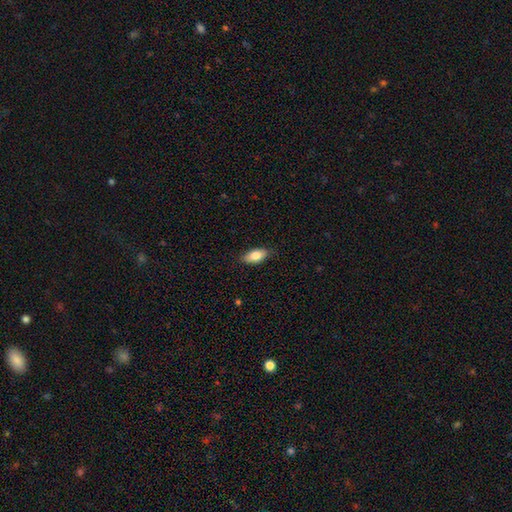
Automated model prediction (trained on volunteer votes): smooth-or-featured: smooth: 82% | featured or disk: 11% | star or artifact: 7%
  how-rounded: in between: 90% | cigar-shaped: 7% | round: 3%
  merging: none: 85% | minor disturbance: 12% | major disturbance: 2% | merger: 1%